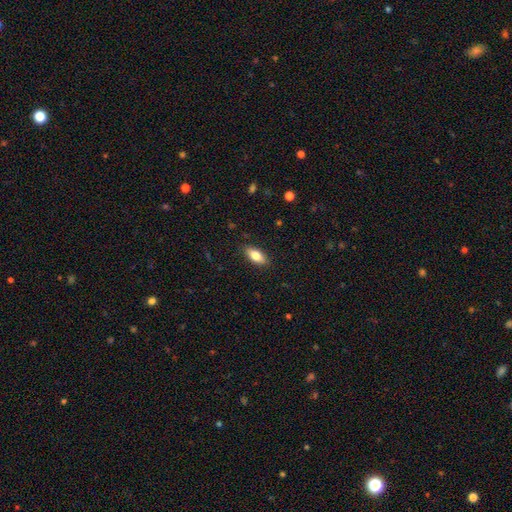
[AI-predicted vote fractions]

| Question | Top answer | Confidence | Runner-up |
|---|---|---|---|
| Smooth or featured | smooth | 78% | featured or disk (15%) |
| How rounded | in between | 83% | cigar-shaped (14%) |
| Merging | none | 88% | minor disturbance (9%) |